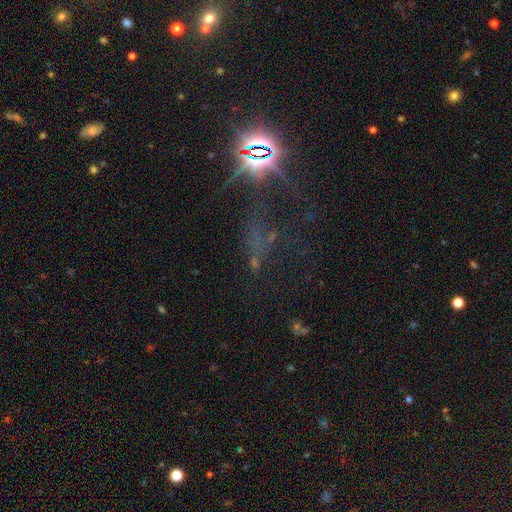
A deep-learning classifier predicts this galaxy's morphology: Overall: star or artifact (67%).